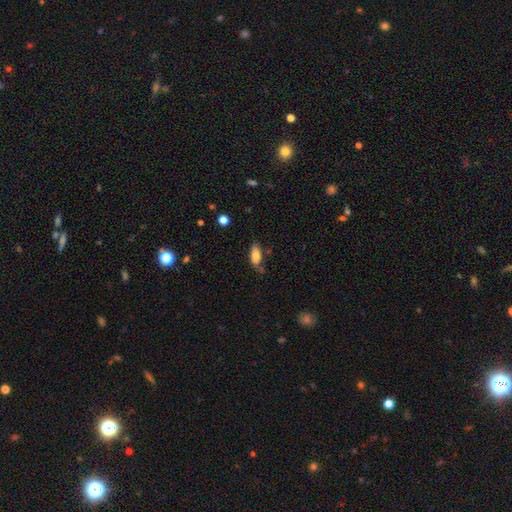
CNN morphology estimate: A smooth galaxy with no disk features (71%) that is in between round and cigar-shaped (80%).

Vote fractions:
- Smooth or featured? smooth: 71% / featured or disk: 21% / star or artifact: 7%
- How rounded? in between: 80% / cigar-shaped: 17% / round: 3%
- Merging? none: 64% / minor disturbance: 26% / major disturbance: 6% / merger: 4%